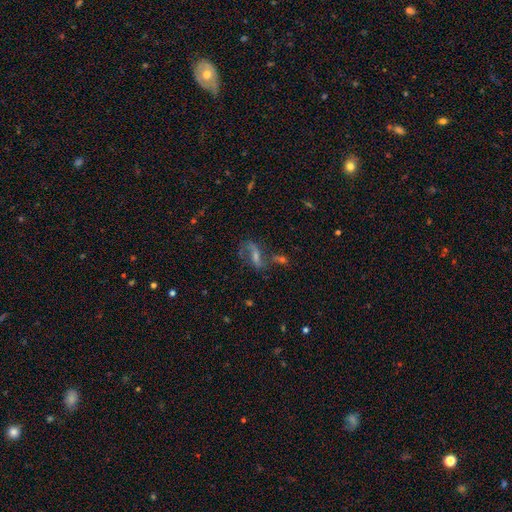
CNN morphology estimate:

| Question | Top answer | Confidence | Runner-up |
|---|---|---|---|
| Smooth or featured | featured or disk | 65% | smooth (18%) |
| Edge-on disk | no | 90% | yes (10%) |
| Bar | weak | 41% | strong (30%) |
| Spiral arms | yes | 82% | no (18%) |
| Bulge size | small | 43% | moderate (35%) |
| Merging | none | 48% | major disturbance (19%) |